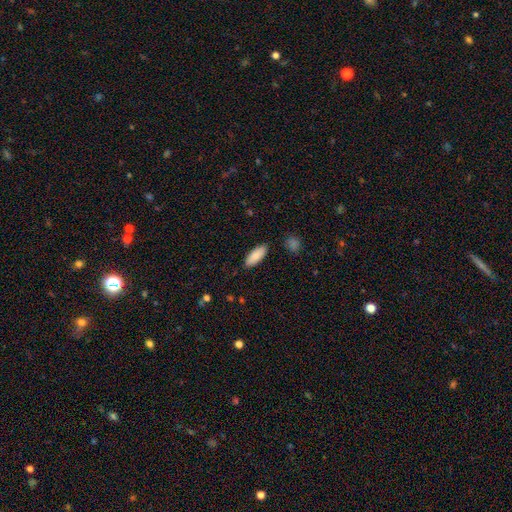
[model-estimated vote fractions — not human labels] smooth_or_featured: smooth (p=0.88) [alt: featured or disk p=0.06]
how_rounded: in between (p=0.76) [alt: cigar-shaped p=0.23]
merging: none (p=0.87) [alt: minor disturbance p=0.09]